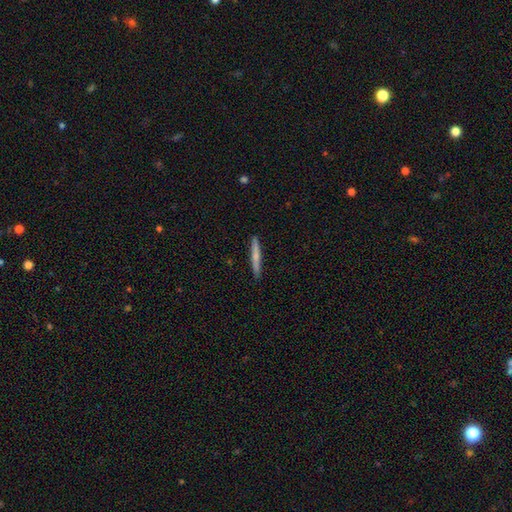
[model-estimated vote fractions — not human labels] Smooth or featured? smooth (65%)
How rounded? cigar-shaped (96%)
Merging? none (90%)